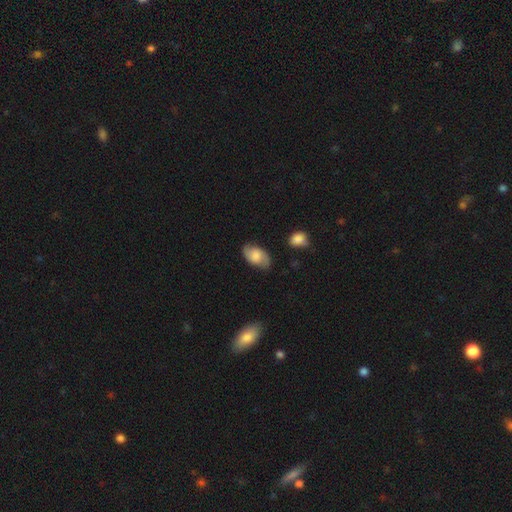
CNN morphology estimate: Smooth or featured: smooth — 53% (featured or disk — 39%)
How rounded: in between — 92% (round — 6%)
Merging: none — 75% (minor disturbance — 19%)